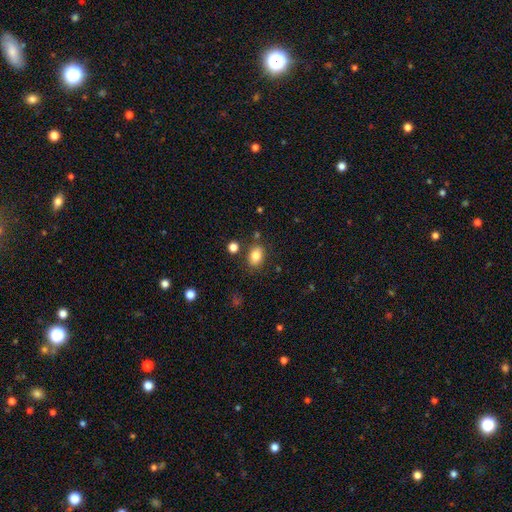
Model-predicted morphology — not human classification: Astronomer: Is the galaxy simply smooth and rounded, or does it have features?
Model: smooth — 83%.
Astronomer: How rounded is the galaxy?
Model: in between — 71%.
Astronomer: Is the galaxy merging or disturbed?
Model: none — 79%.